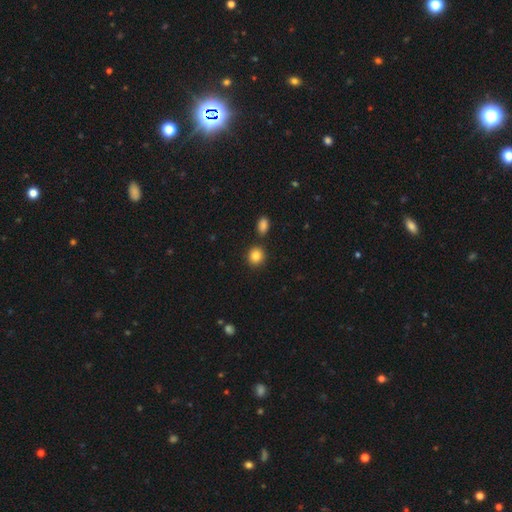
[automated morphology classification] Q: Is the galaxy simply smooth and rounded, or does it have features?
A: smooth — 86%.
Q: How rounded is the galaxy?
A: round — 83%.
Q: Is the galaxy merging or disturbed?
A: none — 83%.